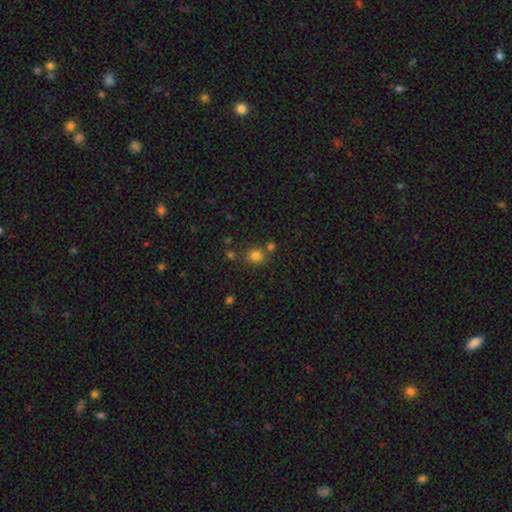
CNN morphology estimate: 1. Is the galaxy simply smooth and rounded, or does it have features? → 79% smooth, 15% star or artifact, 6% featured or disk.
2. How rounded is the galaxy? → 81% round, 18% in between, 1% cigar-shaped.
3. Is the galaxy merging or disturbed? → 70% none, 17% merger, 10% minor disturbance, 3% major disturbance.